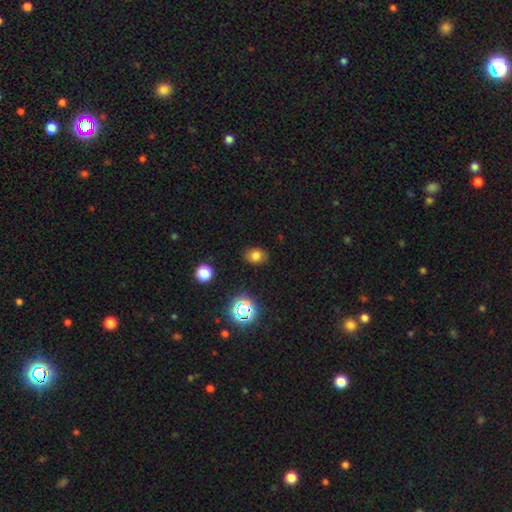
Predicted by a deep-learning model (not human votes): smooth_or_featured: smooth (p=0.75) [alt: star or artifact p=0.17]
how_rounded: in between (p=0.63) [alt: round p=0.36]
merging: none (p=0.85) [alt: minor disturbance p=0.11]